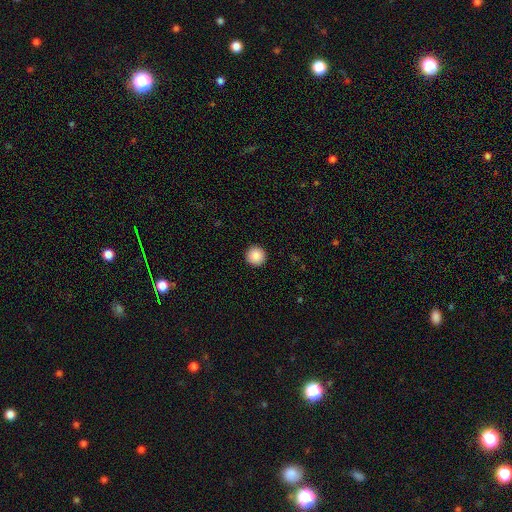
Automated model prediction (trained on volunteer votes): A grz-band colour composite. It shows a smooth galaxy with no disk features (88%) that is round (96%). Merging: none (94%).